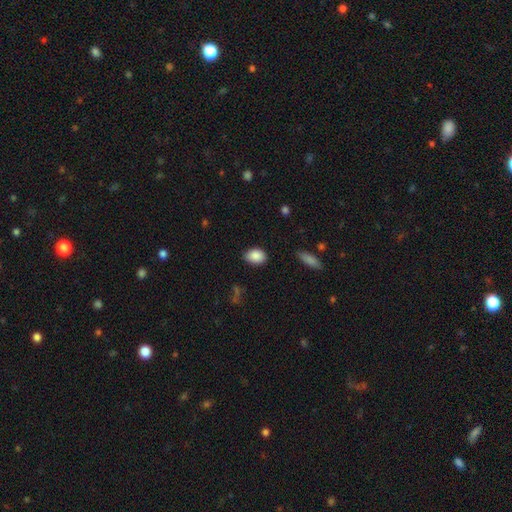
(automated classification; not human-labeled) Smooth or featured?
  - smooth: 88% *
  - star or artifact: 7%
  - featured or disk: 5%
How rounded?
  - in between: 78% *
  - round: 21%
  - cigar-shaped: 1%
Merging?
  - none: 83% *
  - minor disturbance: 13%
  - major disturbance: 3%
  - merger: 1%